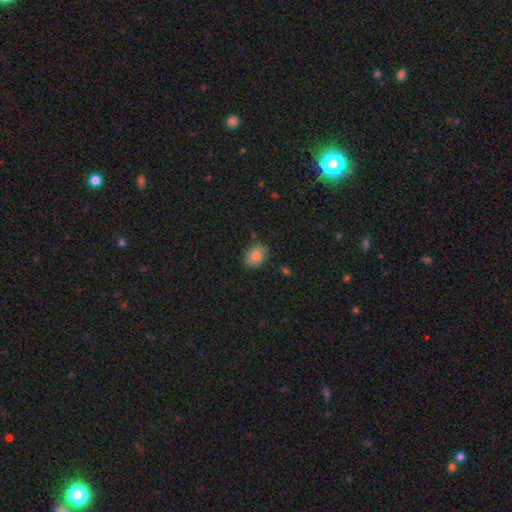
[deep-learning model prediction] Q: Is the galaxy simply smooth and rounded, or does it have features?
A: smooth — 79%.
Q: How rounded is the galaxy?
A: in between — 67%.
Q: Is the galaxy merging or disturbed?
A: none — 79%.